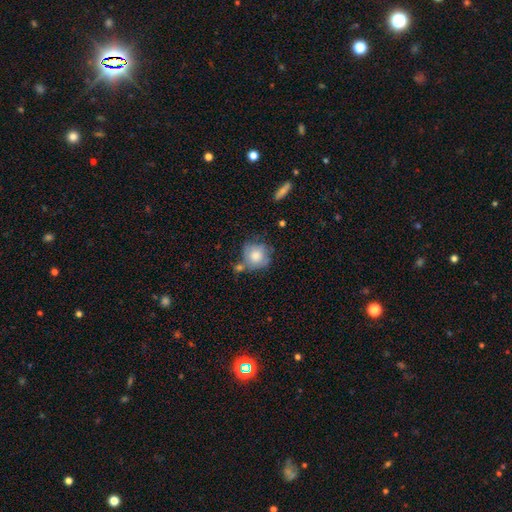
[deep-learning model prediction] A smooth galaxy with no disk features (72%) that is round (85%).

Vote fractions:
- Smooth or featured? smooth: 72% / featured or disk: 20% / star or artifact: 7%
- How rounded? round: 85% / in between: 14% / cigar-shaped: 1%
- Merging? none: 50% / minor disturbance: 25% / merger: 15% / major disturbance: 10%